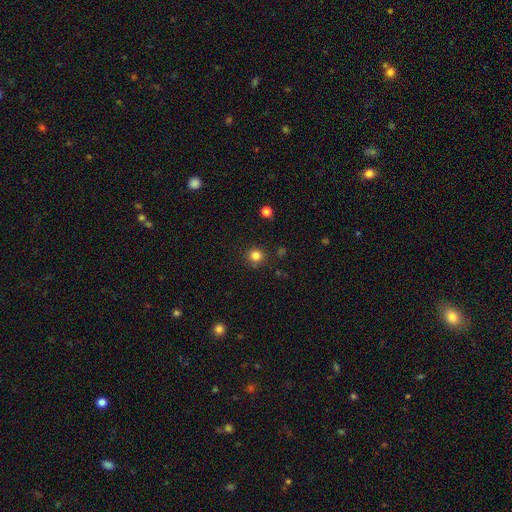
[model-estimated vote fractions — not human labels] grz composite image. It shows a smooth galaxy with no disk features (82%) that is round (94%). Merging: none (88%).